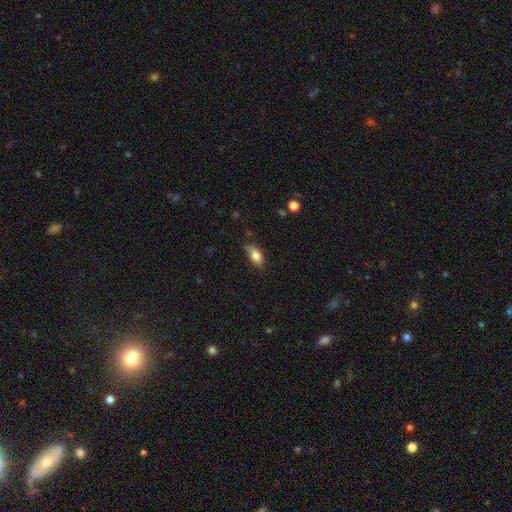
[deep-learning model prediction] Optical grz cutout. It shows a smooth galaxy with no disk features (79%) that is in between round and cigar-shaped (87%). Merging: none (63%).